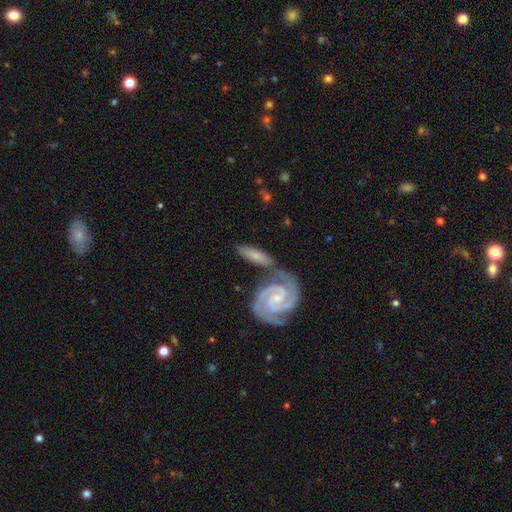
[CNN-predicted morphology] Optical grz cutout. It shows a featured or disk galaxy (61%) with no bar (55%), spiral arms (93%) and a small central bulge (65%). Merging: none (50%).